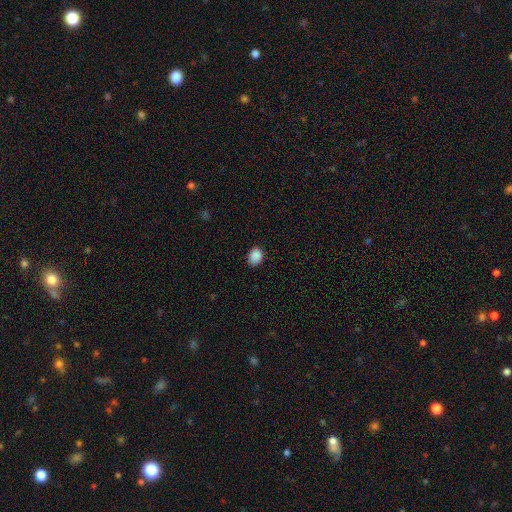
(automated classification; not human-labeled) This appears to be a smooth galaxy with no disk features (87%) that is round (59%). Merging: none (80%).